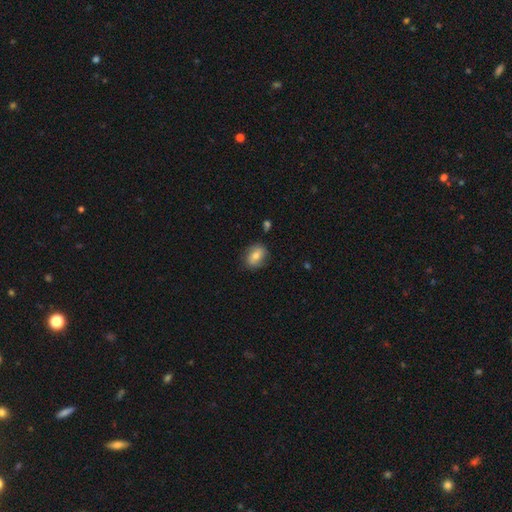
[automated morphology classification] smooth_or_featured: smooth (p=0.76) [alt: featured or disk p=0.16]
how_rounded: in between (p=0.71) [alt: round p=0.28]
merging: none (p=0.80) [alt: minor disturbance p=0.15]